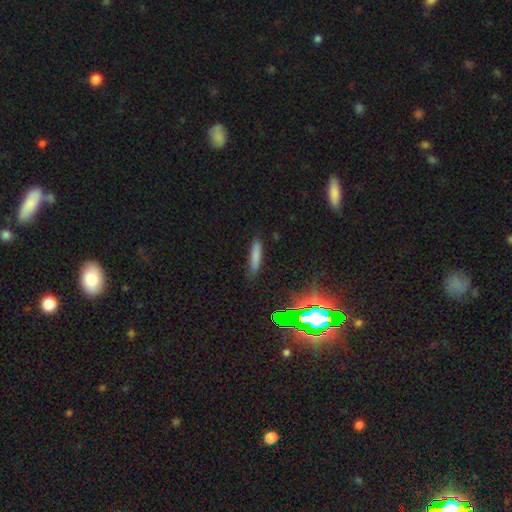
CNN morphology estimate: Smooth or featured? smooth (76%)
How rounded? cigar-shaped (85%)
Merging? none (84%)